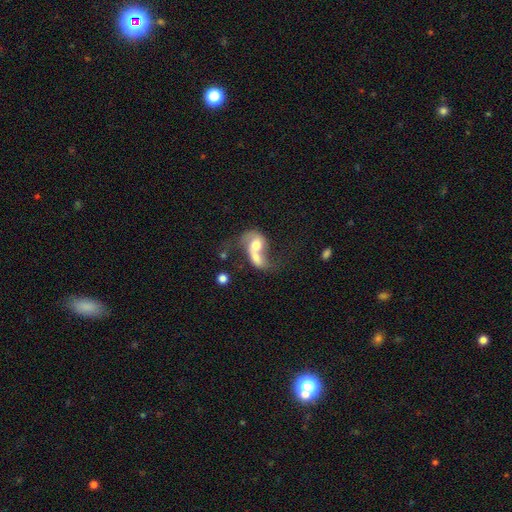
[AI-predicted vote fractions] This appears to be a featured or disk galaxy (58%) with no bar (67%), spiral arms (71%) and a moderate central bulge (54%). Merging: merger (73%).